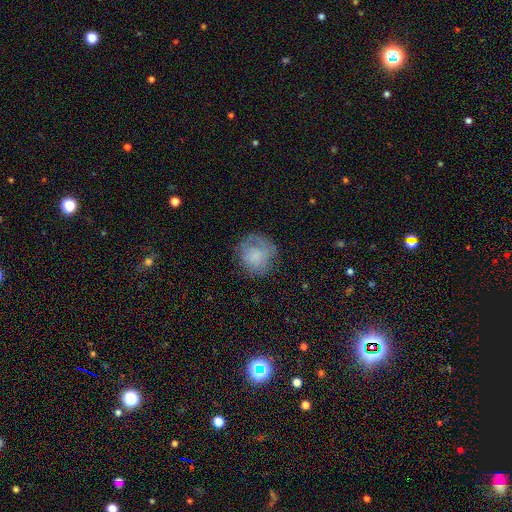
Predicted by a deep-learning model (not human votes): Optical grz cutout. It shows a smooth galaxy with no disk features (65%) that is round (87%). Merging: none (66%).